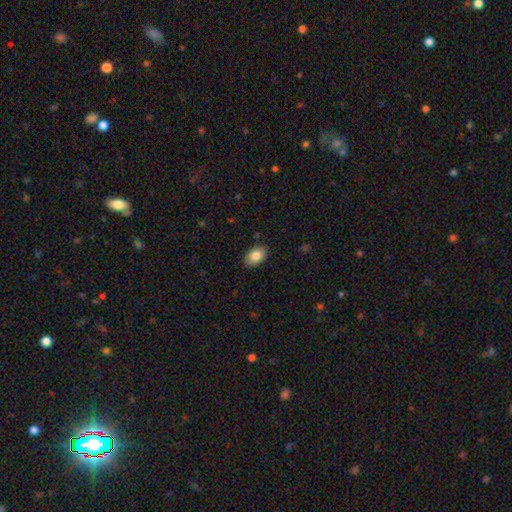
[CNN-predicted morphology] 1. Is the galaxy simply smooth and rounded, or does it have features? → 85% smooth, 8% featured or disk, 7% star or artifact.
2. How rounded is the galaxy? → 89% in between, 10% round, 1% cigar-shaped.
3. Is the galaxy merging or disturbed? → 87% none, 10% minor disturbance, 2% major disturbance, 1% merger.